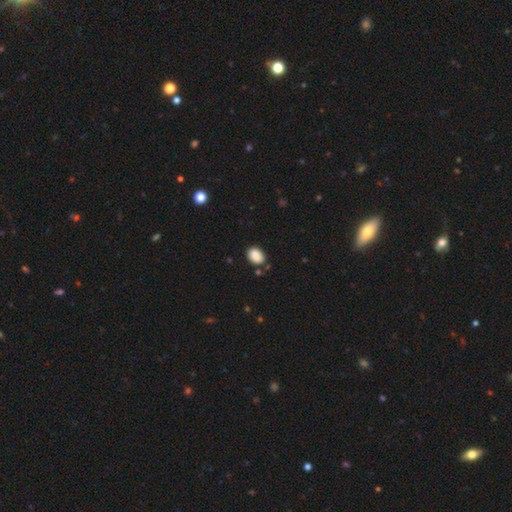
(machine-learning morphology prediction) This appears to be a smooth galaxy with no disk features (88%) that is in between round and cigar-shaped (79%). Merging: none (80%).